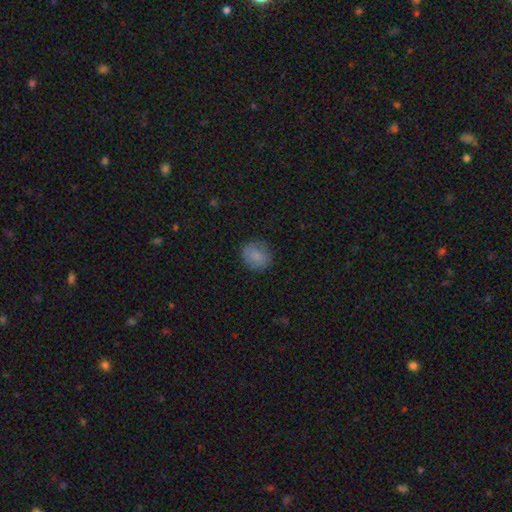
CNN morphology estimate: Smooth or featured?
  - smooth: 80% *
  - featured or disk: 11%
  - star or artifact: 8%
How rounded?
  - round: 80% *
  - in between: 19%
  - cigar-shaped: 1%
Merging?
  - none: 78% *
  - minor disturbance: 16%
  - major disturbance: 5%
  - merger: 1%